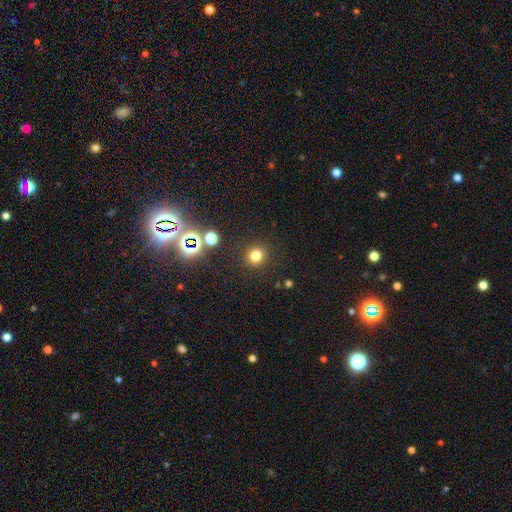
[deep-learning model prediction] Smooth or featured? Predicted: smooth (p=0.77). How rounded? Predicted: round (p=0.85). Merging? Predicted: none (p=0.88).